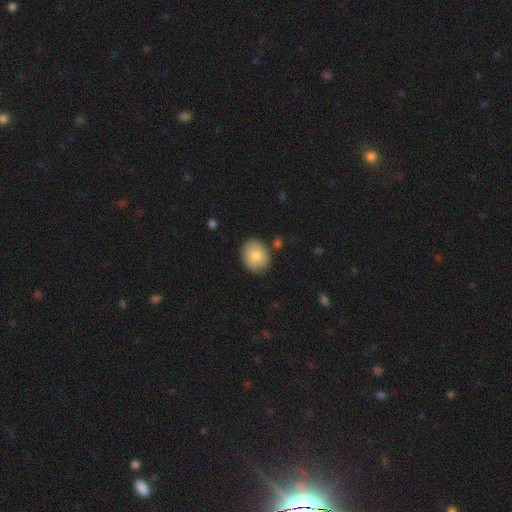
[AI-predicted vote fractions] smooth-or-featured: smooth: 81% | featured or disk: 12% | star or artifact: 7%
  how-rounded: round: 57% | in between: 42% | cigar-shaped: 1%
  merging: none: 82% | minor disturbance: 12% | merger: 3% | major disturbance: 3%